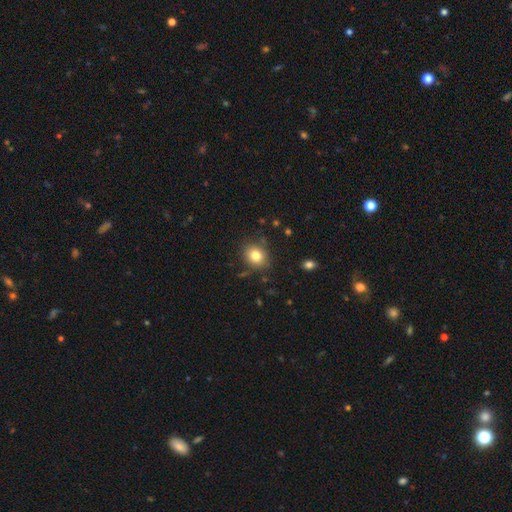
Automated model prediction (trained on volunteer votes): Morphology: type=smooth (80%); roundness=round (67%); merging=none (83%).